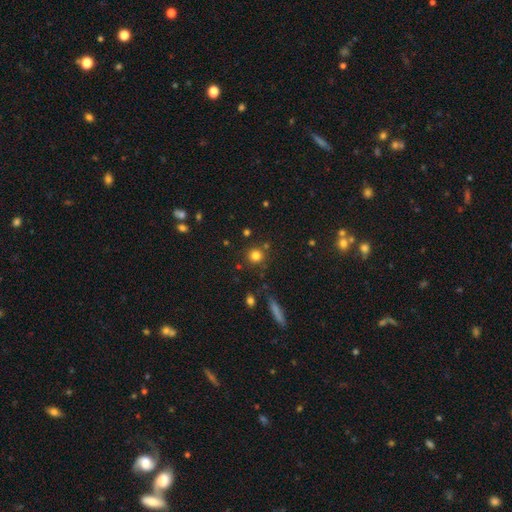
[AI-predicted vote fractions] Q: Smooth or featured?
A: smooth (78%); runner-up: star or artifact (14%)
Q: How rounded?
A: round (93%); runner-up: in between (6%)
Q: Merging?
A: none (81%); runner-up: minor disturbance (9%)